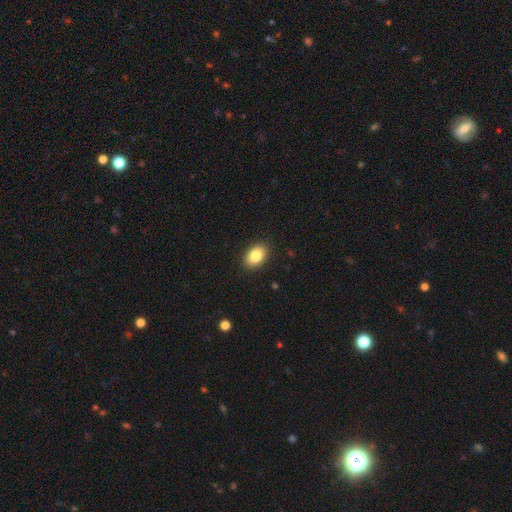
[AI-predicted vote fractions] Overall: smooth (85%). How rounded: in between (87%). Merging: none (89%).